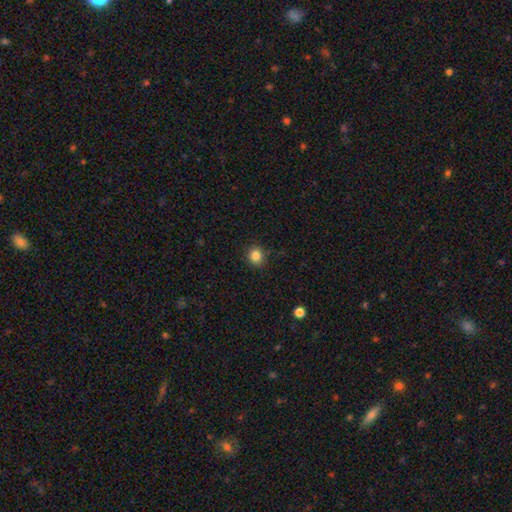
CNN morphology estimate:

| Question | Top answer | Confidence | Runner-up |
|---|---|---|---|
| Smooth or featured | smooth | 84% | star or artifact (11%) |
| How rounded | round | 86% | in between (14%) |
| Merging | none | 90% | minor disturbance (7%) |